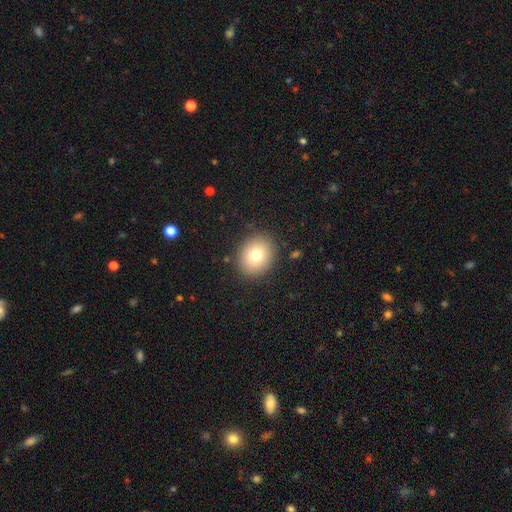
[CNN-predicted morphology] Overall: smooth (77%). How rounded: round (64%; in between 35%). Merging: none (88%).